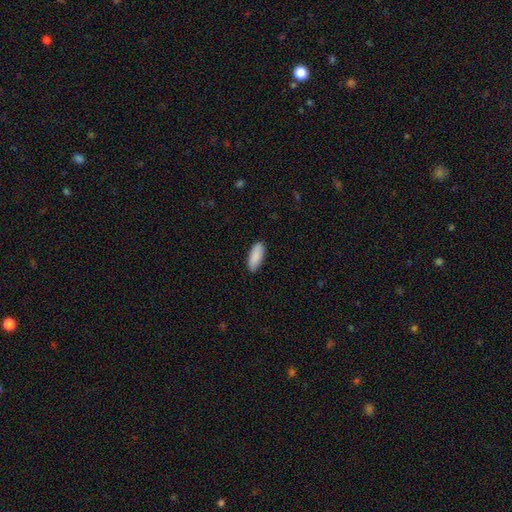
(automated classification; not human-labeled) smooth-or-featured: smooth: 90% | star or artifact: 6% | featured or disk: 4%
  how-rounded: in between: 77% | cigar-shaped: 22% | round: 2%
  merging: none: 89% | minor disturbance: 8% | major disturbance: 2% | merger: 1%